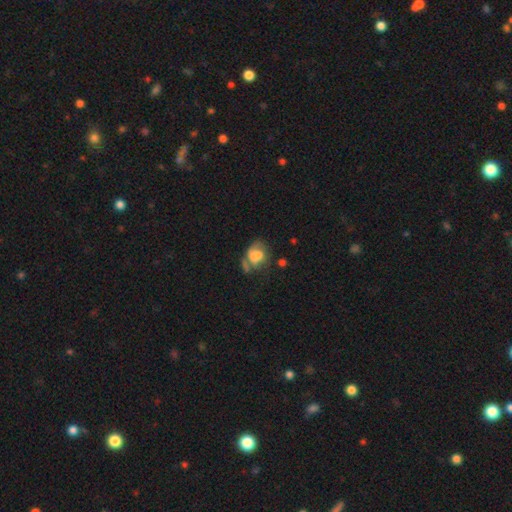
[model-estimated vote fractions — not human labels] A smooth galaxy with no disk features (59%) that is in between round and cigar-shaped (57%). Merging: none (28%).